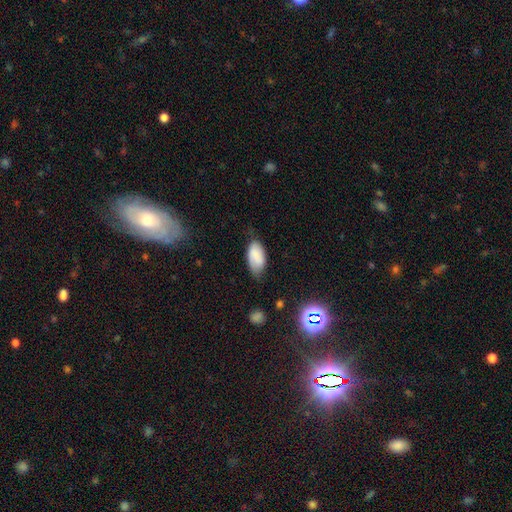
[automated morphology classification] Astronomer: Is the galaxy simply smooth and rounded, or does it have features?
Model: smooth — 82%.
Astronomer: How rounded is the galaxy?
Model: in between — 94%.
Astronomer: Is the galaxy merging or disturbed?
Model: none — 56% (runner-up: minor disturbance, 35%).